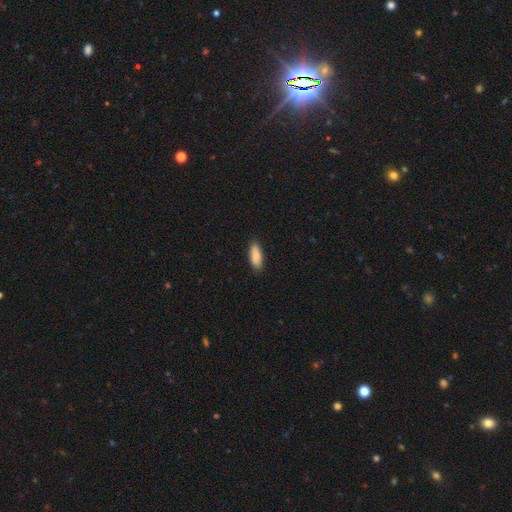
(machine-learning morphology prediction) Smooth or featured?
  - smooth: 89% *
  - star or artifact: 6%
  - featured or disk: 5%
How rounded?
  - in between: 69% *
  - cigar-shaped: 29%
  - round: 2%
Merging?
  - none: 87% *
  - minor disturbance: 10%
  - major disturbance: 2%
  - merger: 1%